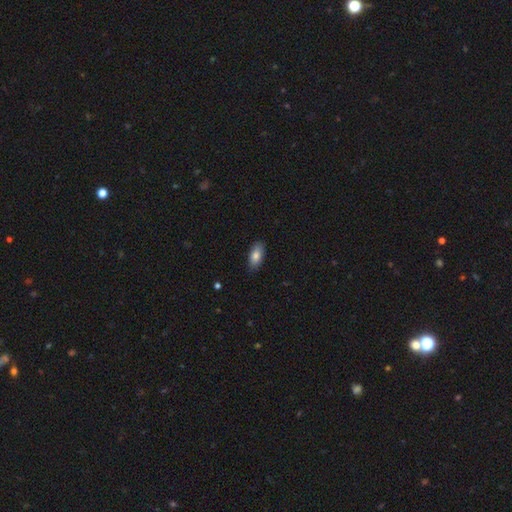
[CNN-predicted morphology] A smooth galaxy with no disk features (82%) that is in between round and cigar-shaped (89%). Merging: none (85%).